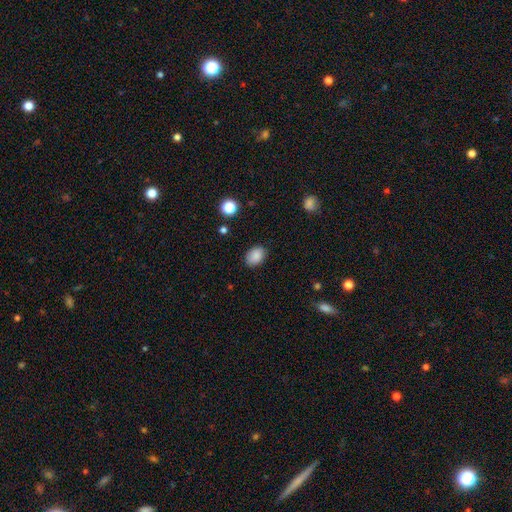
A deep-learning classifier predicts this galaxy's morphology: Smooth or featured?
  - smooth: 87% *
  - star or artifact: 9%
  - featured or disk: 4%
How rounded?
  - in between: 76% *
  - round: 23%
  - cigar-shaped: 1%
Merging?
  - none: 85% *
  - minor disturbance: 11%
  - major disturbance: 3%
  - merger: 1%